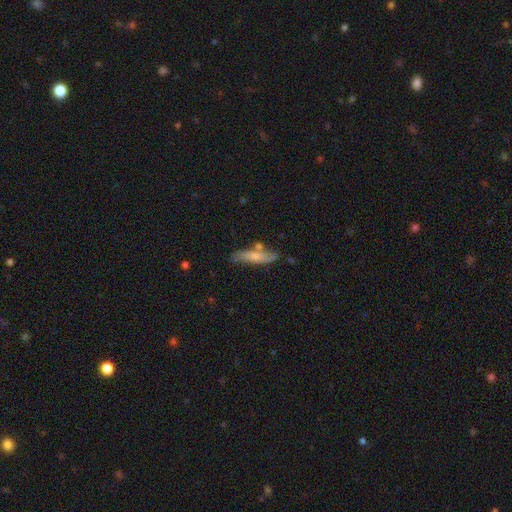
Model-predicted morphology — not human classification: Smooth or featured? Predicted: smooth (p=0.61). How rounded? Predicted: cigar-shaped (p=0.69). Merging? Predicted: none (p=0.65).